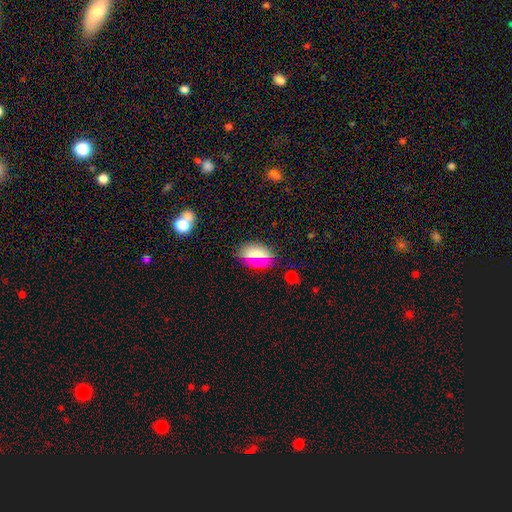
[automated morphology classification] smooth 65%, star or artifact 19%, featured or disk 16%. Down the decision tree: how rounded — in between (80%); merging — none (83%).